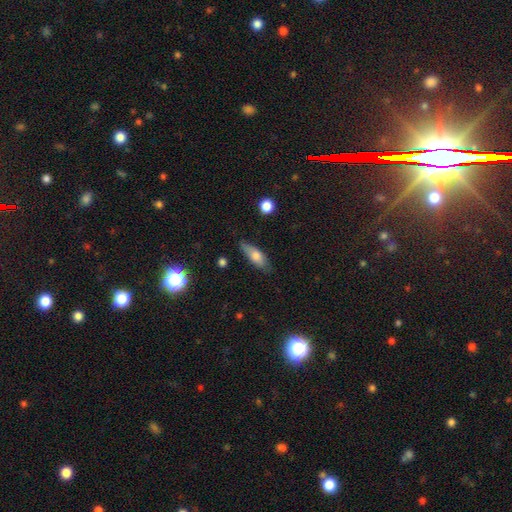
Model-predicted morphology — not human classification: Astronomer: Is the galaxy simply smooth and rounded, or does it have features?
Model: smooth — 69%.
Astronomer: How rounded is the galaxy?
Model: in between — 65%.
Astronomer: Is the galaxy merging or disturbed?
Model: none — 71%.